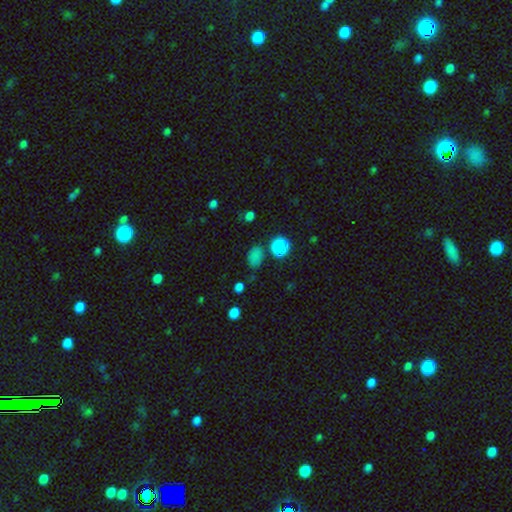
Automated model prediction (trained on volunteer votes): A smooth galaxy with no disk features (70%) that is in between round and cigar-shaped (74%). Merging: none (74%).